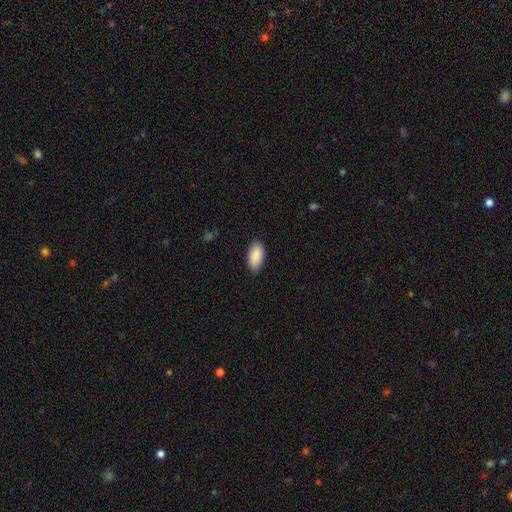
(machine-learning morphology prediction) Smooth or featured? Predicted: smooth (p=0.91). How rounded? Predicted: in between (p=0.94). Merging? Predicted: none (p=0.86).